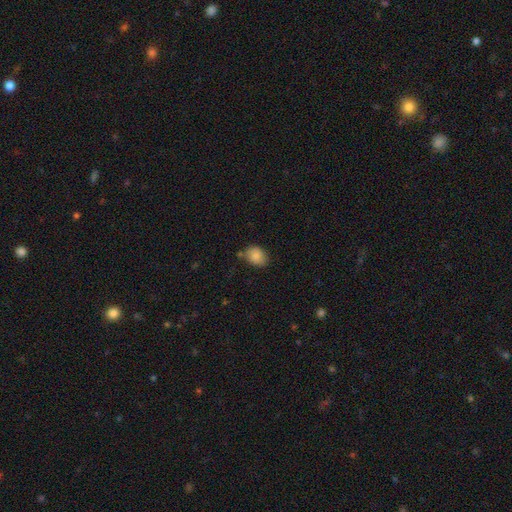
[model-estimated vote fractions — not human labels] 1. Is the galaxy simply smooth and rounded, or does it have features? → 84% smooth, 8% star or artifact, 7% featured or disk.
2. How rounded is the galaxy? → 58% in between, 41% round, 1% cigar-shaped.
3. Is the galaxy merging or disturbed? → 66% none, 22% minor disturbance, 7% merger, 5% major disturbance.